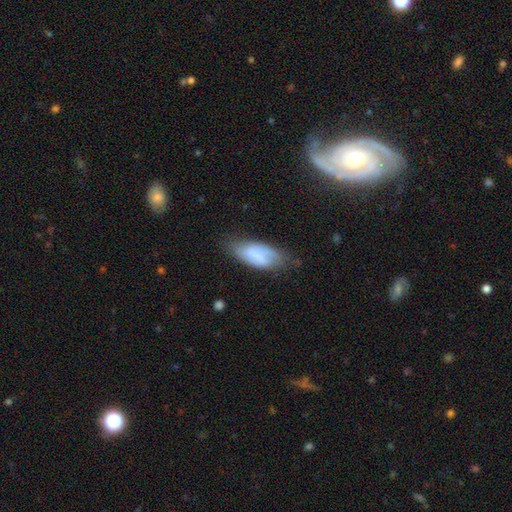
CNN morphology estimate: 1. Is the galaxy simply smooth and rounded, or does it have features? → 61% smooth, 30% featured or disk, 8% star or artifact.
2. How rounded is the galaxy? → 85% in between, 13% cigar-shaped, 3% round.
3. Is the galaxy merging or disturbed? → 62% none, 28% minor disturbance, 8% major disturbance, 2% merger.